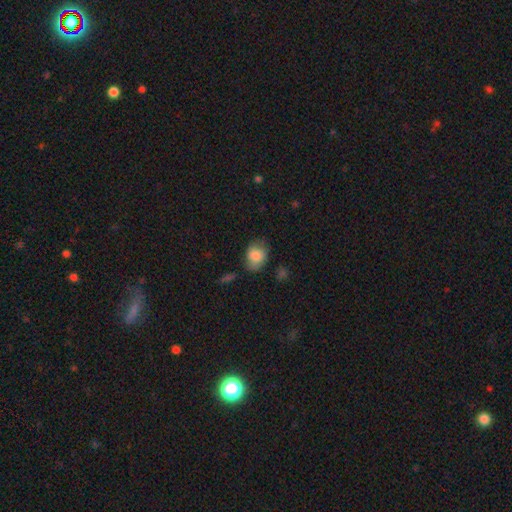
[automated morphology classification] Smooth or featured: smooth — 81% (featured or disk — 12%)
How rounded: in between — 68% (round — 31%)
Merging: none — 60% (minor disturbance — 28%)